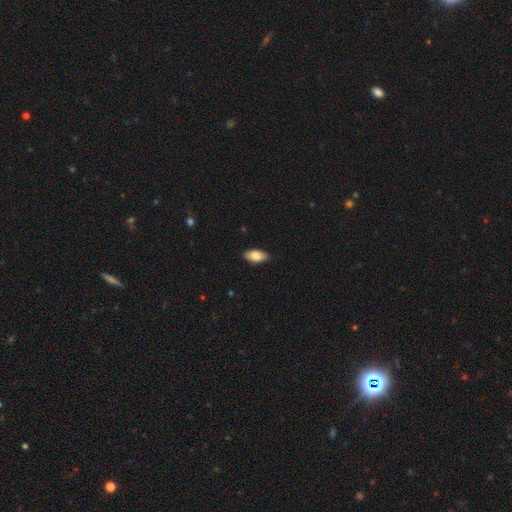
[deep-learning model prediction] Smooth or featured? Predicted: smooth (p=0.80). How rounded? Predicted: in between (p=0.92). Merging? Predicted: none (p=0.85).